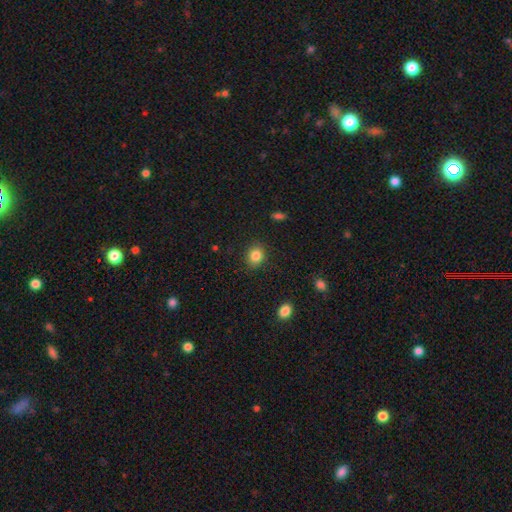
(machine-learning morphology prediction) This appears to be a smooth galaxy with no disk features (85%) that is round (61%). Merging: none (87%).